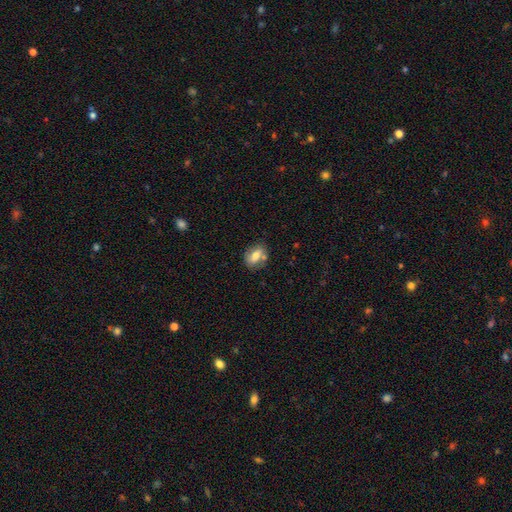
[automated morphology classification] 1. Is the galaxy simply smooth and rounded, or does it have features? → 64% smooth, 28% featured or disk, 8% star or artifact.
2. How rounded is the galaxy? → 72% in between, 25% round, 3% cigar-shaped.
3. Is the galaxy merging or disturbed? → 64% none, 19% minor disturbance, 13% merger, 5% major disturbance.